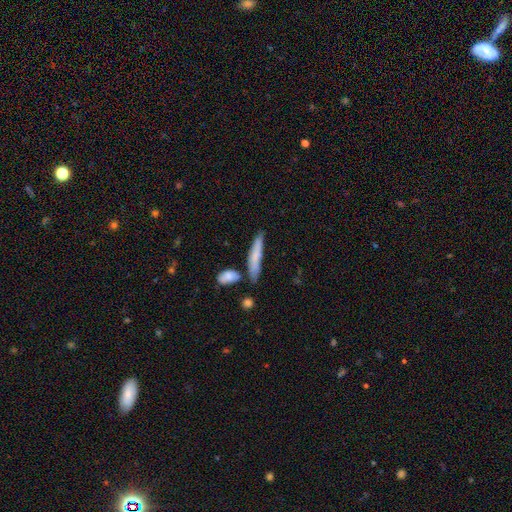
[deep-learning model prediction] Q: Smooth or featured?
A: smooth (68%); runner-up: featured or disk (25%)
Q: How rounded?
A: cigar-shaped (87%); runner-up: in between (11%)
Q: Merging?
A: none (67%); runner-up: minor disturbance (19%)